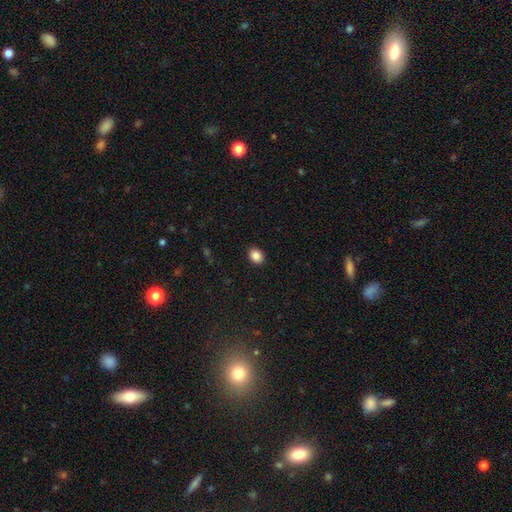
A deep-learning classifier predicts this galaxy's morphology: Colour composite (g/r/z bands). It shows a smooth galaxy with no disk features (86%) that is in between round and cigar-shaped (52%). Merging: none (90%).